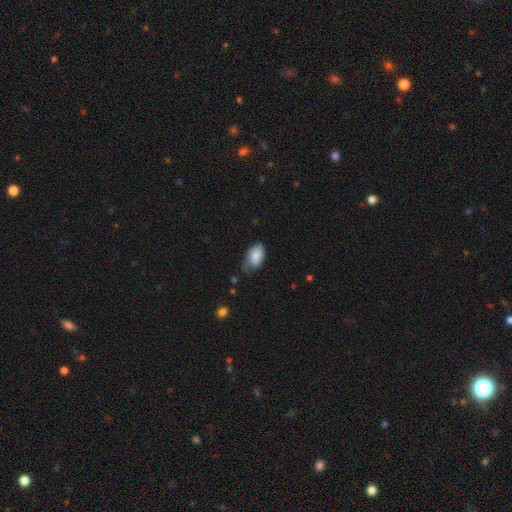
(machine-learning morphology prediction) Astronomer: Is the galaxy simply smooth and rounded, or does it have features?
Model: smooth — 81%.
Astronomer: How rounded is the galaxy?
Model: in between — 92%.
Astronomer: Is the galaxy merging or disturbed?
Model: none — 43% (runner-up: minor disturbance, 41%).